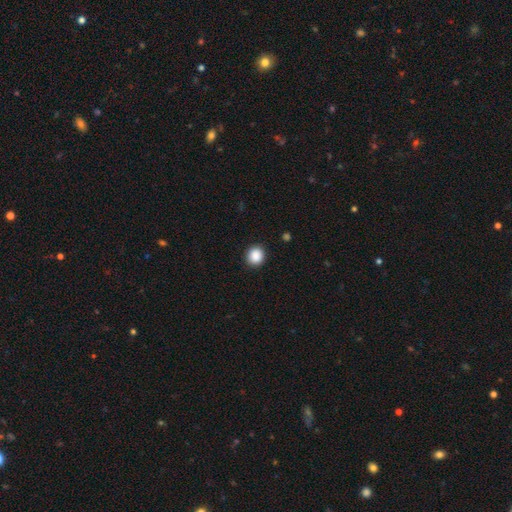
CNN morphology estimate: Smooth or featured? Predicted: smooth (p=0.89). How rounded? Predicted: round (p=0.82). Merging? Predicted: none (p=0.90).